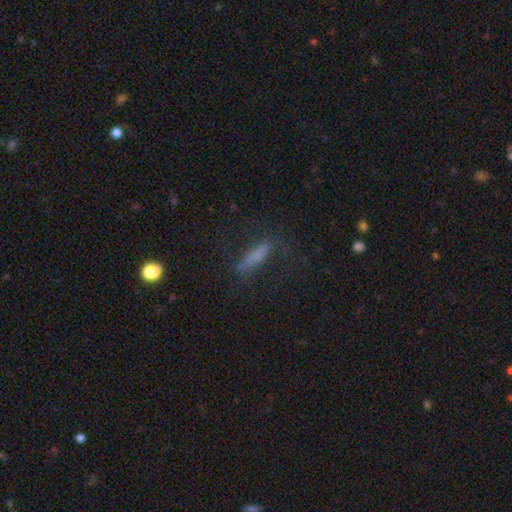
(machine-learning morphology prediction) Smooth or featured: smooth — 60% (featured or disk — 26%)
How rounded: cigar-shaped — 78% (in between — 19%)
Merging: none — 65% (minor disturbance — 18%)